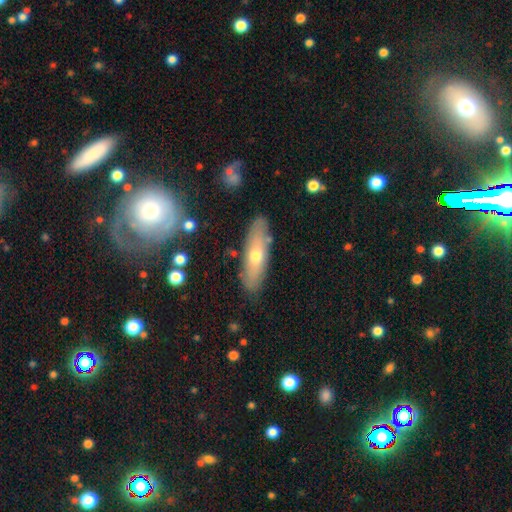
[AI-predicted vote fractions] Overall: smooth (56%; featured or disk 38%). How rounded: cigar-shaped (50%; in between 47%). Merging: none (83%).